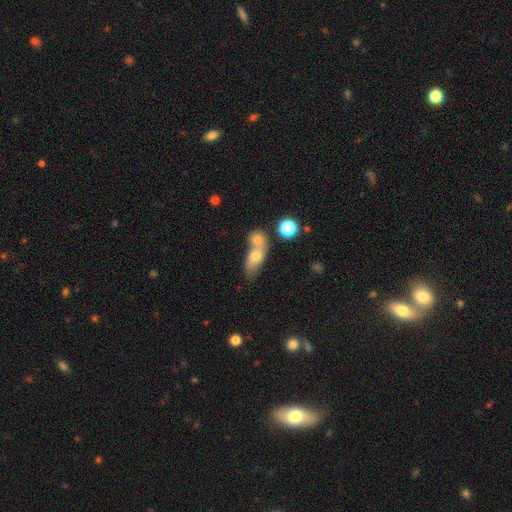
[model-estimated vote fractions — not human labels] smooth-or-featured: smooth: 69% | featured or disk: 21% | star or artifact: 10%
  how-rounded: in between: 71% | round: 16% | cigar-shaped: 13%
  merging: merger: 62% | none: 25% | minor disturbance: 8% | major disturbance: 5%